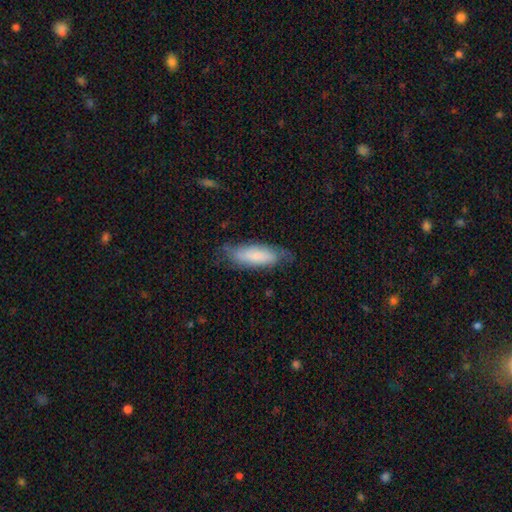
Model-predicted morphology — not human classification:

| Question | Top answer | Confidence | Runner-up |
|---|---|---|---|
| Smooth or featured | smooth | 67% | featured or disk (26%) |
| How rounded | in between | 55% | cigar-shaped (44%) |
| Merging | none | 65% | minor disturbance (25%) |